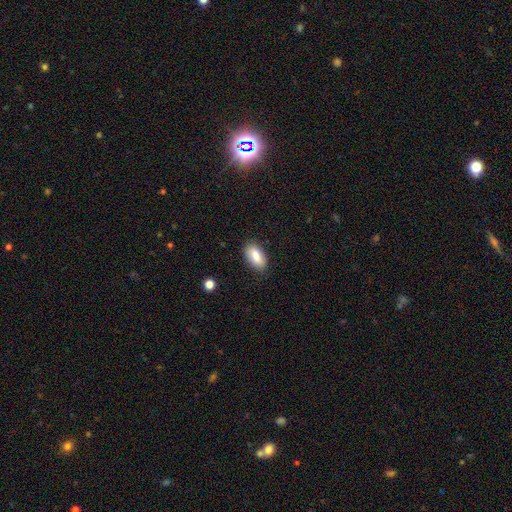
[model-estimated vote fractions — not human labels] A smooth galaxy with no disk features (84%) that is in between round and cigar-shaped (90%).

Vote fractions:
- Smooth or featured? smooth: 84% / featured or disk: 9% / star or artifact: 7%
- How rounded? in between: 90% / cigar-shaped: 6% / round: 3%
- Merging? none: 83% / minor disturbance: 13% / major disturbance: 3% / merger: 1%